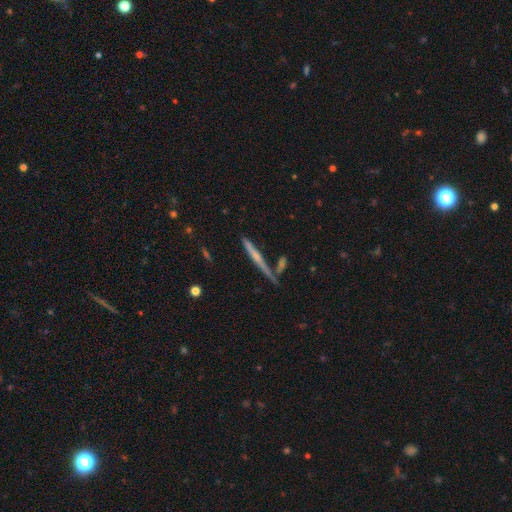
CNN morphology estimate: Smooth or featured?
  - featured or disk: 60% *
  - smooth: 32%
  - star or artifact: 8%
Edge-on disk?
  - yes: 96% *
  - no: 4%
Edge-on bulge?
  - none: 47% *
  - rounded: 44%
  - boxy: 9%
Merging?
  - none: 75% *
  - minor disturbance: 11%
  - merger: 11%
  - major disturbance: 3%